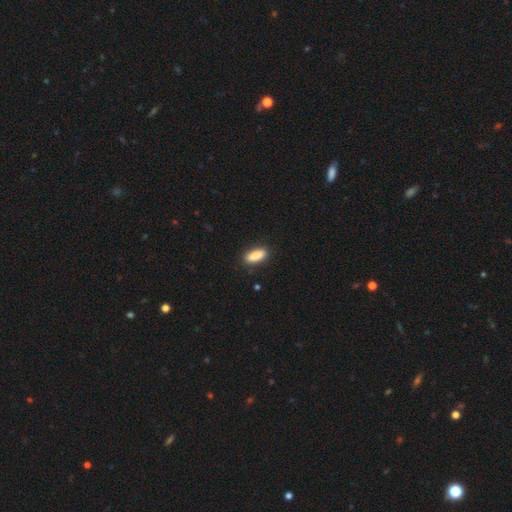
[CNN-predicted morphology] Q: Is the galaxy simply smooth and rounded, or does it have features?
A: smooth — 89%.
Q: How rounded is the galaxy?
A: in between — 75%.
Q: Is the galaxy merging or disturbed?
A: none — 88%.